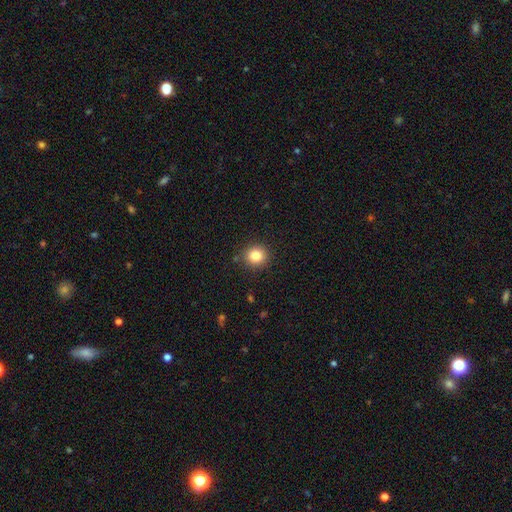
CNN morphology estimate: Smooth or featured? Predicted: smooth (p=0.83). How rounded? Predicted: round (p=0.90). Merging? Predicted: none (p=0.89).